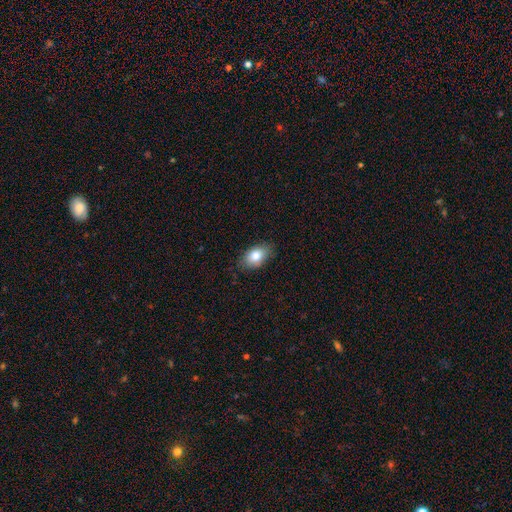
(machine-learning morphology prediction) Overall: smooth (82%). How rounded: in between (89%). Merging: none (82%).